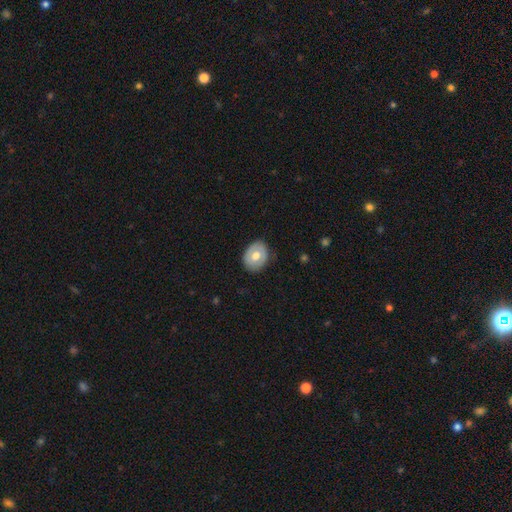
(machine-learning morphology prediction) Smooth or featured? smooth (60%)
How rounded? in between (55%)
Merging? none (83%)